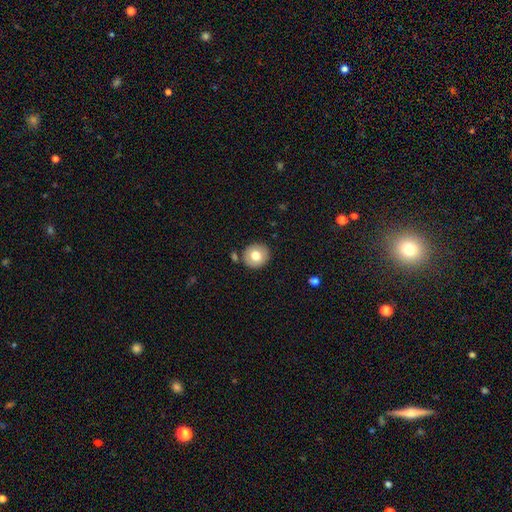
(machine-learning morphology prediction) Smooth or featured?
  - smooth: 75% *
  - featured or disk: 17%
  - star or artifact: 9%
How rounded?
  - round: 89% *
  - in between: 10%
  - cigar-shaped: 1%
Merging?
  - none: 85% *
  - minor disturbance: 8%
  - merger: 4%
  - major disturbance: 2%